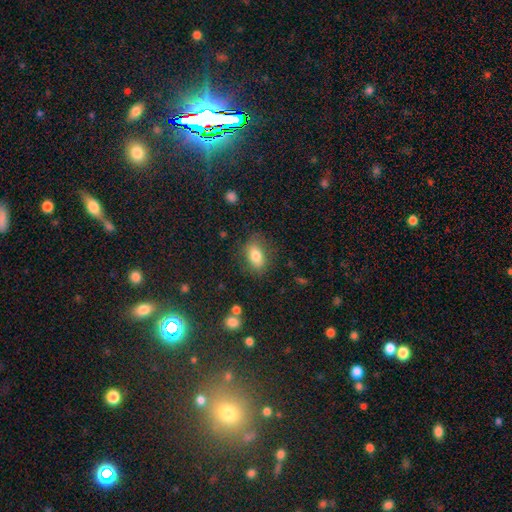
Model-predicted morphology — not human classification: Smooth or featured? Predicted: smooth (p=0.79). How rounded? Predicted: in between (p=0.86). Merging? Predicted: none (p=0.78).